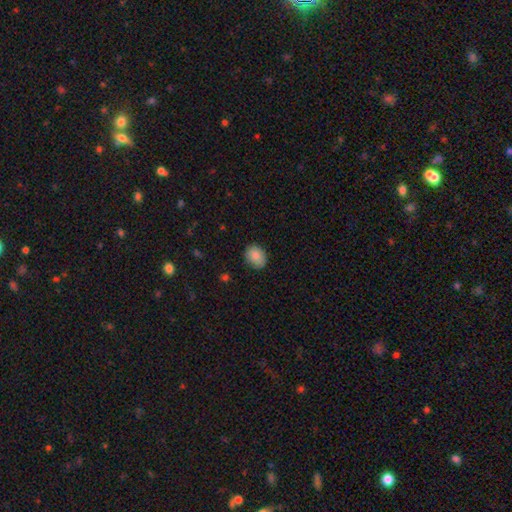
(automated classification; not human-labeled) smooth_or_featured: smooth (p=0.87) [alt: star or artifact p=0.08]
how_rounded: in between (p=0.53) [alt: round p=0.46]
merging: none (p=0.83) [alt: minor disturbance p=0.13]